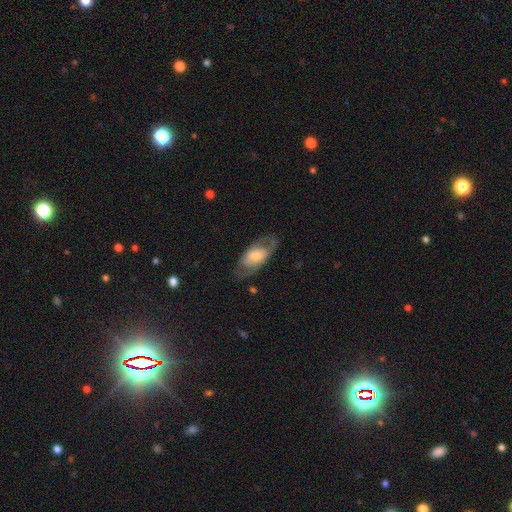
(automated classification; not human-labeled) Morphology: type=featured or disk (52%); edge-on=no (84%); merging=none (70%).